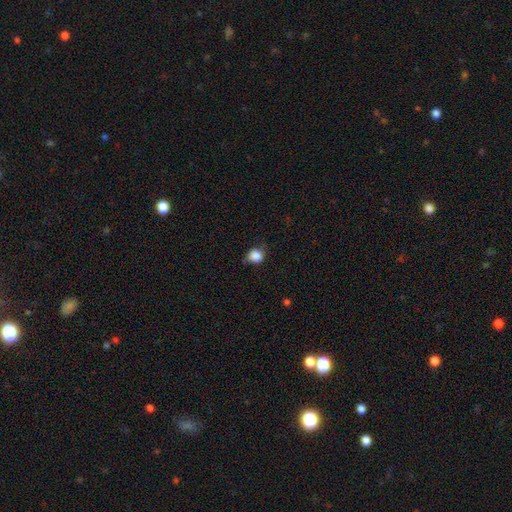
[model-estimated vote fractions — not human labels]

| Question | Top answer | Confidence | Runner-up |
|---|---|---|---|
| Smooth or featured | smooth | 84% | star or artifact (9%) |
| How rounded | round | 76% | in between (23%) |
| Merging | none | 57% | minor disturbance (32%) |